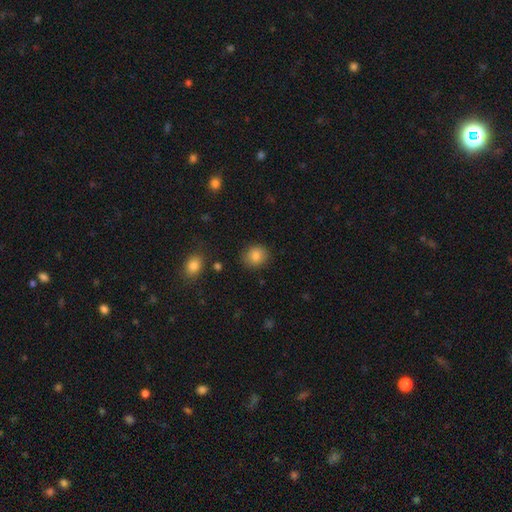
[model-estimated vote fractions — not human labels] Q: Smooth or featured?
A: smooth (84%); runner-up: star or artifact (10%)
Q: How rounded?
A: round (75%); runner-up: in between (24%)
Q: Merging?
A: none (87%); runner-up: minor disturbance (9%)